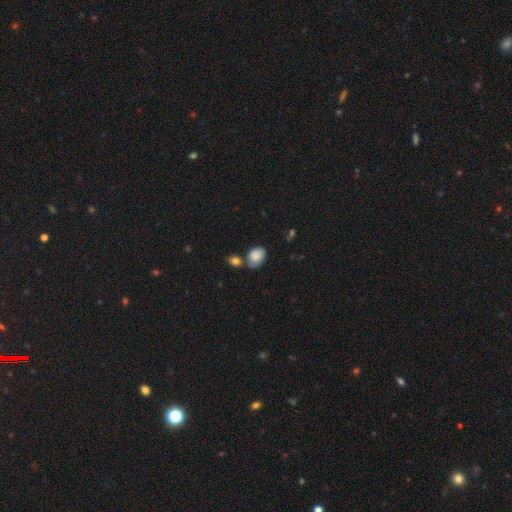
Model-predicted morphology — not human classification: Overall: smooth (83%). How rounded: in between (76%). Merging: none (49%; minor disturbance 23%).